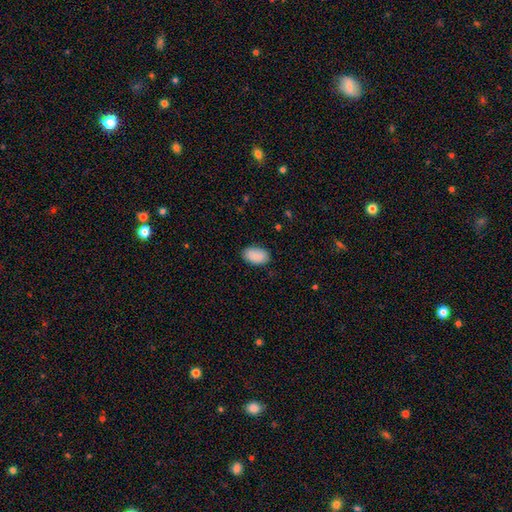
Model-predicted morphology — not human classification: Overall: smooth (89%). How rounded: in between (93%). Merging: none (83%).